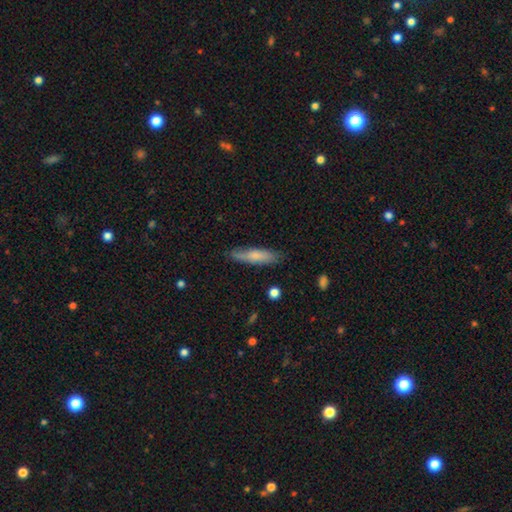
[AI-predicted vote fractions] This is likely a smooth galaxy (70%). How rounded: likely cigar-shaped (77%). Merging: likely none (79%).